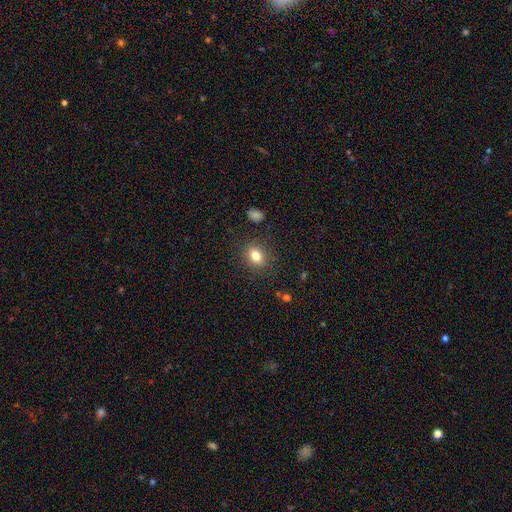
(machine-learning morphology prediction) Smooth or featured?
  - smooth: 80% *
  - star or artifact: 11%
  - featured or disk: 9%
How rounded?
  - in between: 57% *
  - round: 42%
  - cigar-shaped: 1%
Merging?
  - none: 86% *
  - minor disturbance: 9%
  - major disturbance: 3%
  - merger: 1%